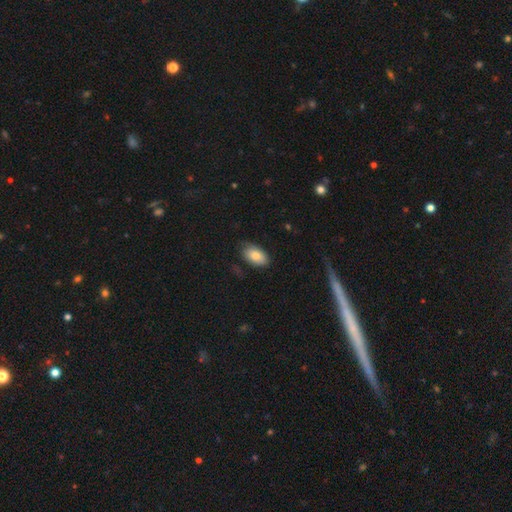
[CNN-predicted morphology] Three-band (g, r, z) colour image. It shows a smooth galaxy with no disk features (82%) that is in between round and cigar-shaped (94%). Merging: none (74%).